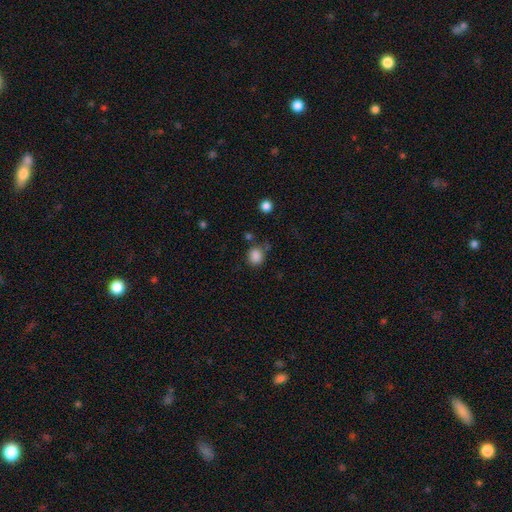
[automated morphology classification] smooth-or-featured: smooth: 85% | star or artifact: 11% | featured or disk: 4%
  how-rounded: round: 74% | in between: 25% | cigar-shaped: 1%
  merging: none: 71% | minor disturbance: 17% | merger: 6% | major disturbance: 6%